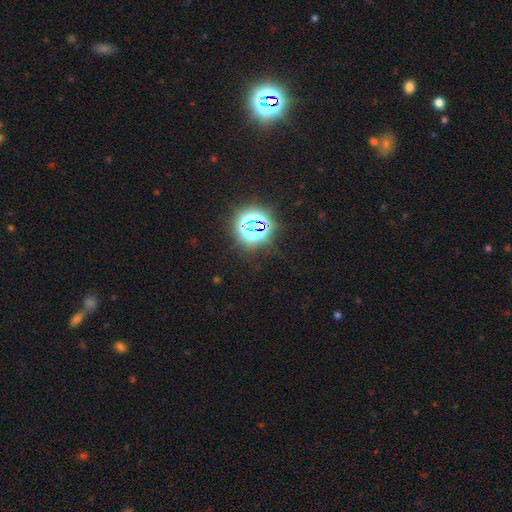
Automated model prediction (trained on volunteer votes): Q: Smooth or featured?
A: star or artifact (77%); runner-up: smooth (17%)